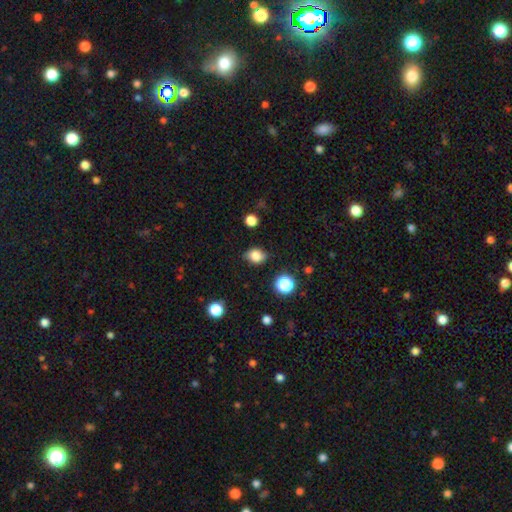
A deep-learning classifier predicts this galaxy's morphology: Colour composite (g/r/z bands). It shows a smooth galaxy with no disk features (82%) that is in between round and cigar-shaped (56%). Merging: none (78%).